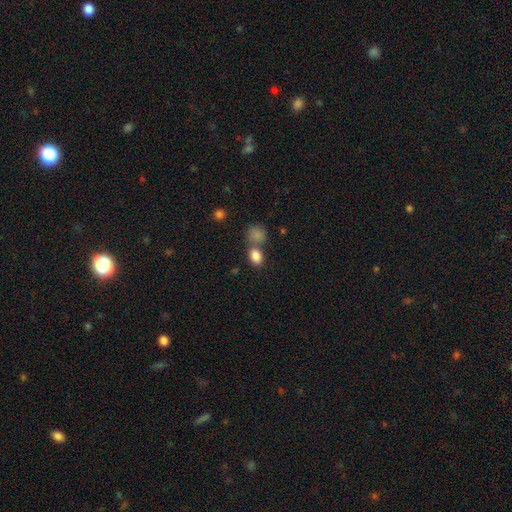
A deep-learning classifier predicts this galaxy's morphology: Smooth or featured? Predicted: smooth (p=0.84). How rounded? Predicted: in between (p=0.71). Merging? Predicted: none (p=0.53).